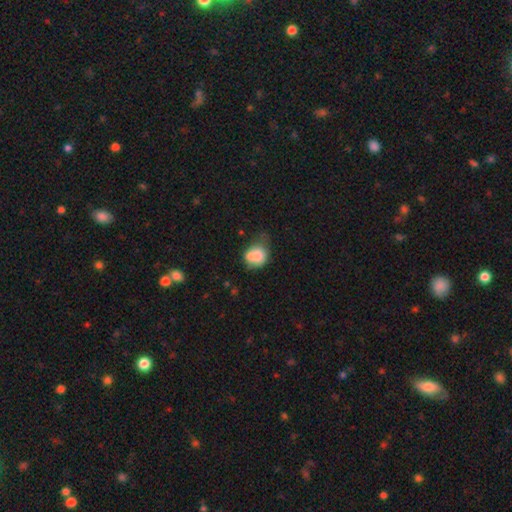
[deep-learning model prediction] Smooth or featured: smooth — 75% (featured or disk — 16%)
How rounded: round — 60% (in between — 39%)
Merging: merger — 36% (none — 30%)